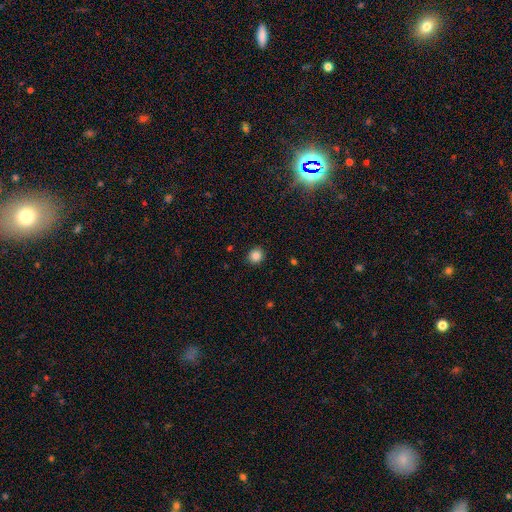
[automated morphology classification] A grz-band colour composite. It shows a smooth galaxy with no disk features (85%) that is round (87%). Merging: none (91%).